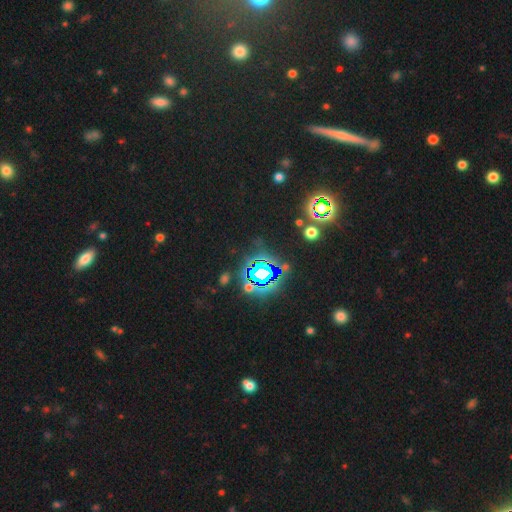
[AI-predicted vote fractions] Q: Smooth or featured?
A: star or artifact (78%); runner-up: smooth (13%)